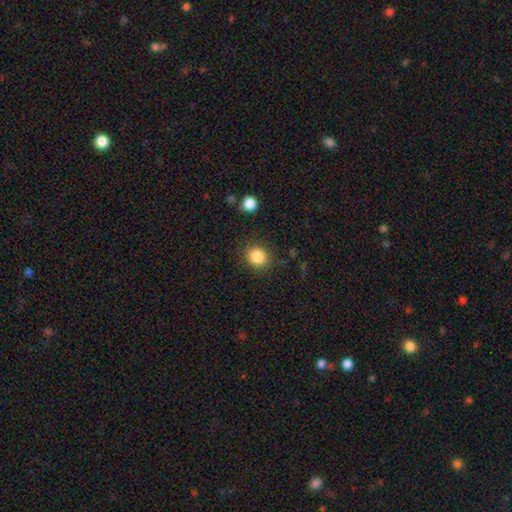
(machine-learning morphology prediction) A smooth galaxy with no disk features (86%) that is round (79%).

Vote fractions:
- Smooth or featured? smooth: 86% / star or artifact: 10% / featured or disk: 4%
- How rounded? round: 79% / in between: 20% / cigar-shaped: 1%
- Merging? none: 84% / minor disturbance: 10% / major disturbance: 4% / merger: 2%